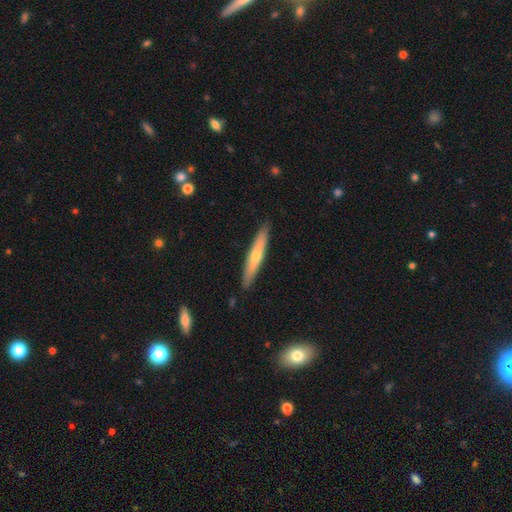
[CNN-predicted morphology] smooth-or-featured: featured or disk: 54% | smooth: 38% | star or artifact: 8%
  disk-edge-on: yes: 91% | no: 9%
  merging: none: 88% | minor disturbance: 9% | major disturbance: 2% | merger: 1%